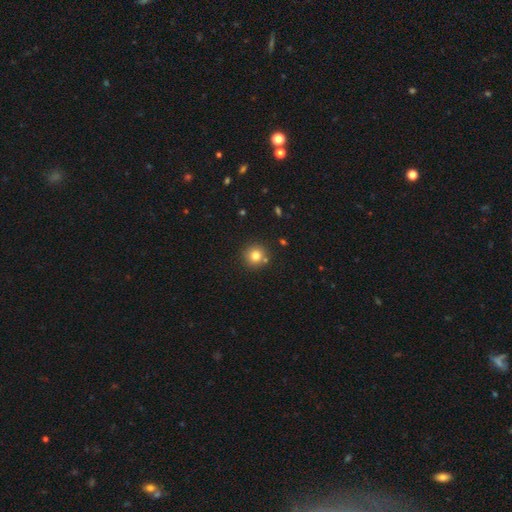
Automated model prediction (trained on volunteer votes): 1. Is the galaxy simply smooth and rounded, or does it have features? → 80% smooth, 12% star or artifact, 8% featured or disk.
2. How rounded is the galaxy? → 94% round, 5% in between, 1% cigar-shaped.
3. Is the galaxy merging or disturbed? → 83% none, 8% merger, 7% minor disturbance, 2% major disturbance.